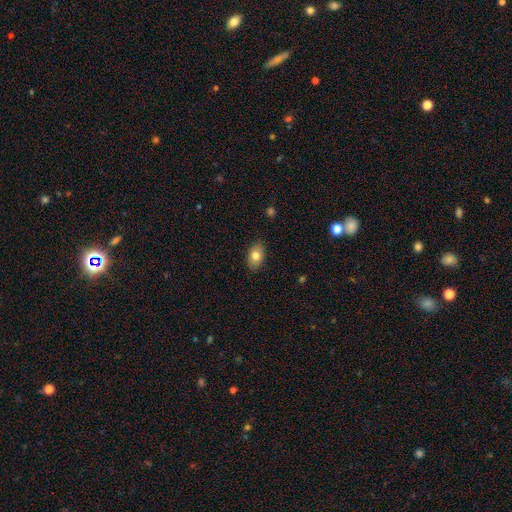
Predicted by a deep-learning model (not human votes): Smooth or featured?
  - smooth: 80% *
  - featured or disk: 12%
  - star or artifact: 8%
How rounded?
  - in between: 87% *
  - round: 12%
  - cigar-shaped: 2%
Merging?
  - none: 86% *
  - minor disturbance: 11%
  - major disturbance: 2%
  - merger: 1%